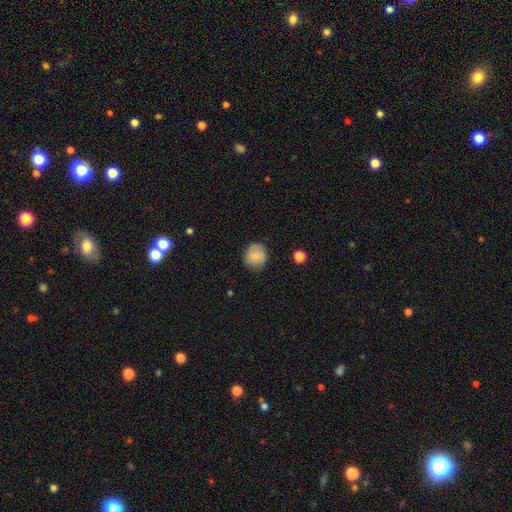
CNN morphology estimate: This appears to be a smooth galaxy with no disk features (80%) that is round (83%). Merging: none (81%).